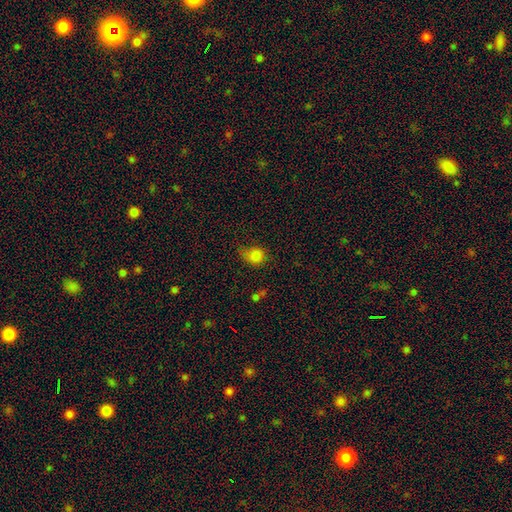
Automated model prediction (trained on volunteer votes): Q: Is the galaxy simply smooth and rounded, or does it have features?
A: smooth — 80%.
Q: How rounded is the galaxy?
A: round — 72%.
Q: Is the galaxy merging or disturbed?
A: none — 47%.